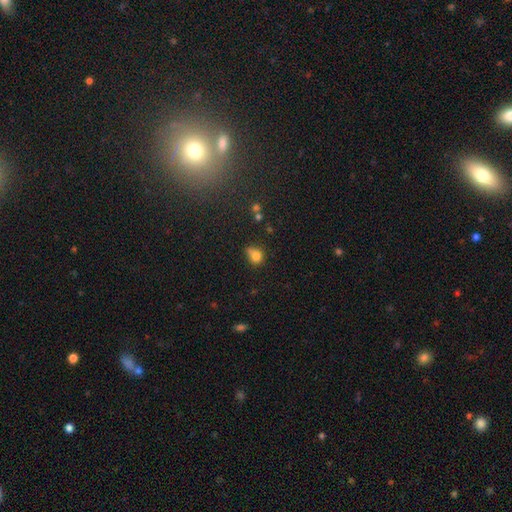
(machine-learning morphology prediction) Smooth or featured: smooth — 79% (star or artifact — 12%)
How rounded: round — 61% (in between — 38%)
Merging: none — 44% (minor disturbance — 27%)